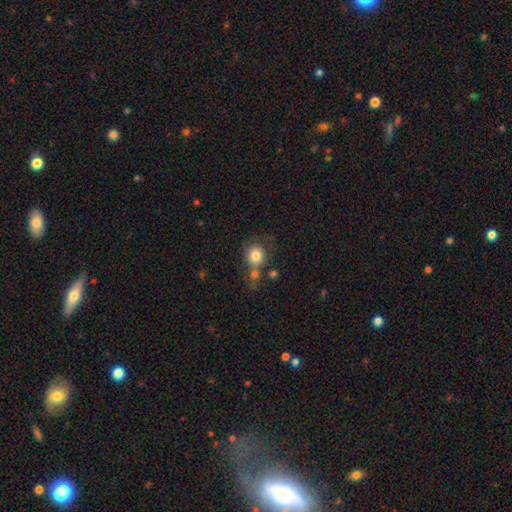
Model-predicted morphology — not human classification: Smooth or featured? Predicted: smooth (p=0.80). How rounded? Predicted: round (p=0.85). Merging? Predicted: none (p=0.49).